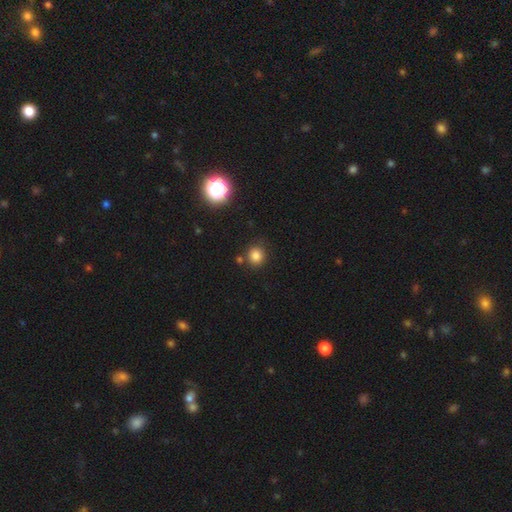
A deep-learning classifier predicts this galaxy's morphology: Smooth or featured? smooth (81%)
How rounded? round (87%)
Merging? none (81%)